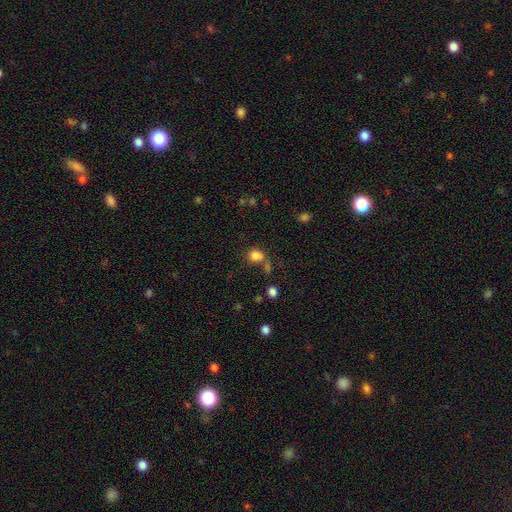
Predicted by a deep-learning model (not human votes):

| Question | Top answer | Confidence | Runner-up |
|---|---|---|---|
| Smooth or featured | smooth | 82% | star or artifact (12%) |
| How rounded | round | 68% | in between (31%) |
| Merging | none | 55% | merger (21%) |